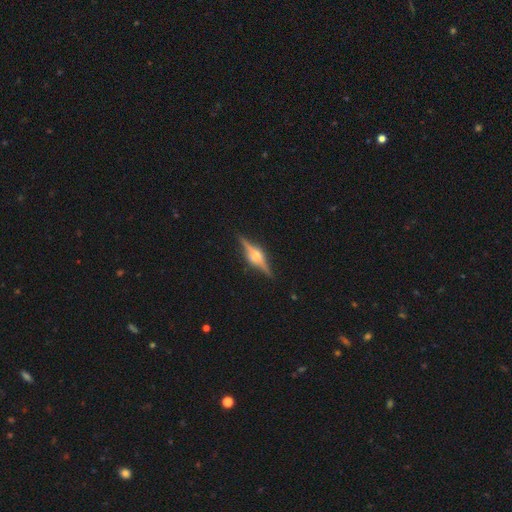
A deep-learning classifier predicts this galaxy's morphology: smooth_or_featured: featured or disk (p=0.83) [alt: smooth p=0.10]
disk_edge_on: yes (p=0.97) [alt: no p=0.03]
edge_on_bulge: rounded (p=0.89) [alt: boxy p=0.10]
merging: none (p=0.89) [alt: minor disturbance p=0.08]